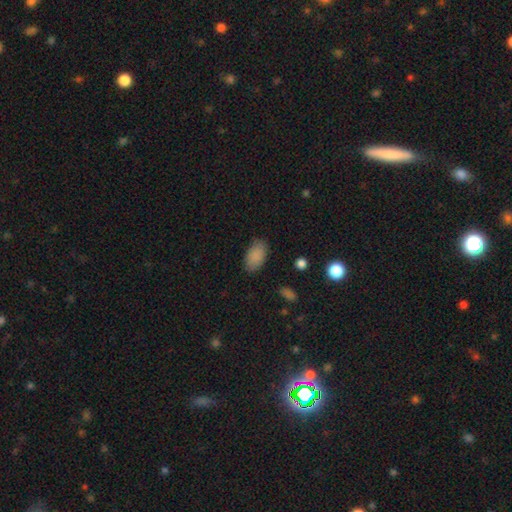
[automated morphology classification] smooth_or_featured: smooth (p=0.88) [alt: star or artifact p=0.08]
how_rounded: in between (p=0.94) [alt: round p=0.05]
merging: none (p=0.82) [alt: minor disturbance p=0.13]